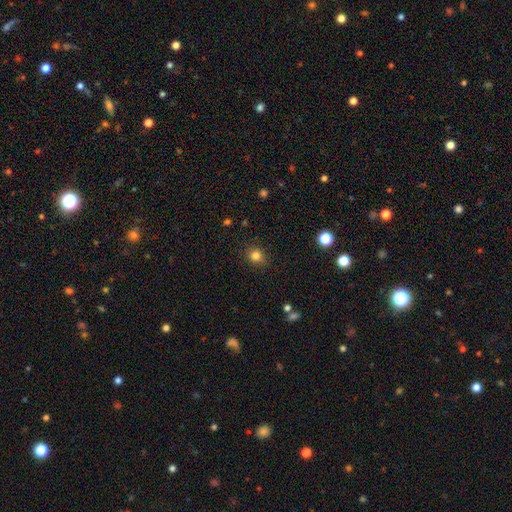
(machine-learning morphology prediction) smooth 82%, star or artifact 13%, featured or disk 5%. Down the decision tree: how rounded — round (80%); merging — none (87%).